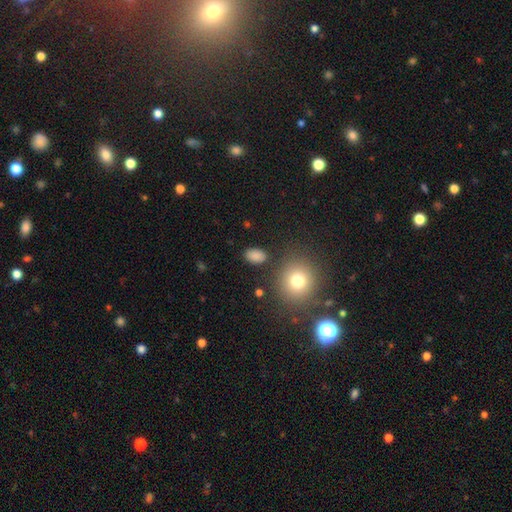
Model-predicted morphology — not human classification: A smooth galaxy with no disk features (84%) that is in between round and cigar-shaped (84%). Merging: none (85%).